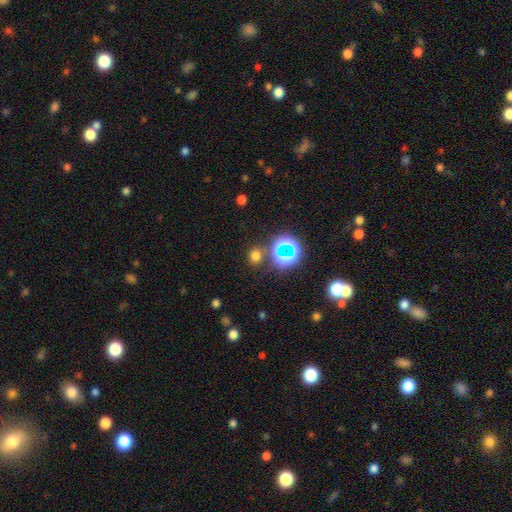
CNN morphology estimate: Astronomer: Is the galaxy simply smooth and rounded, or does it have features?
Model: smooth — 66%.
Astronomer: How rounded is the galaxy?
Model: round — 71%.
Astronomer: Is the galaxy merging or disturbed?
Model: none — 80%.